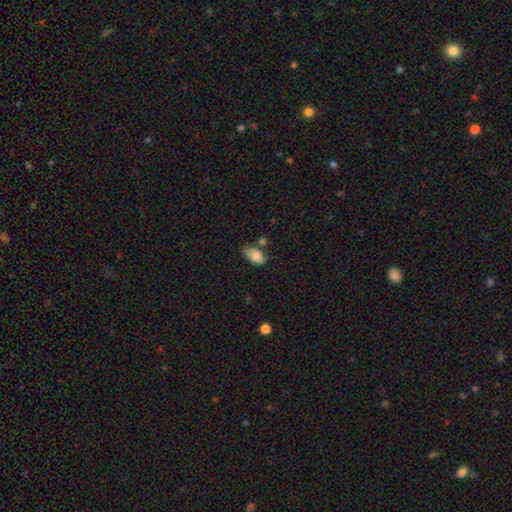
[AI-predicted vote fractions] A smooth galaxy with no disk features (79%) that is in between round and cigar-shaped (92%).

Vote fractions:
- Smooth or featured? smooth: 79% / featured or disk: 13% / star or artifact: 8%
- How rounded? in between: 92% / round: 6% / cigar-shaped: 2%
- Merging? none: 51% / minor disturbance: 30% / merger: 11% / major disturbance: 8%